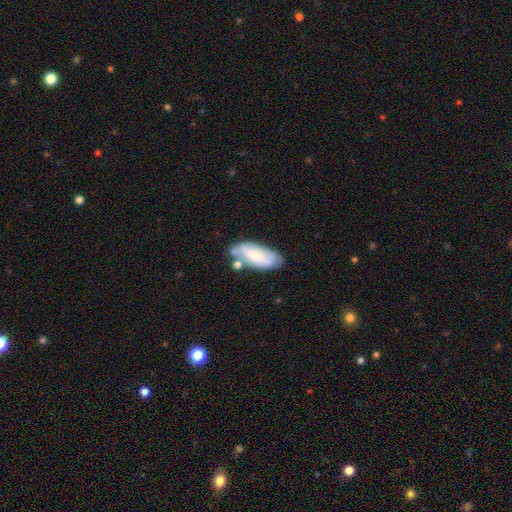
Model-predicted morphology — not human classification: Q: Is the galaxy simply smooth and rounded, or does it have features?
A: smooth — 60%.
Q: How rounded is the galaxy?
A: in between — 82%.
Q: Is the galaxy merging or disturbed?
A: none — 56%.